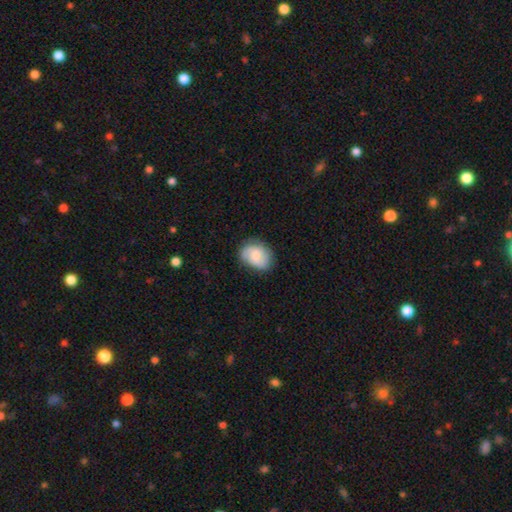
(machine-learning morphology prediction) Smooth or featured: smooth — 65% (featured or disk — 28%)
How rounded: in between — 63% (round — 36%)
Merging: none — 71% (minor disturbance — 22%)